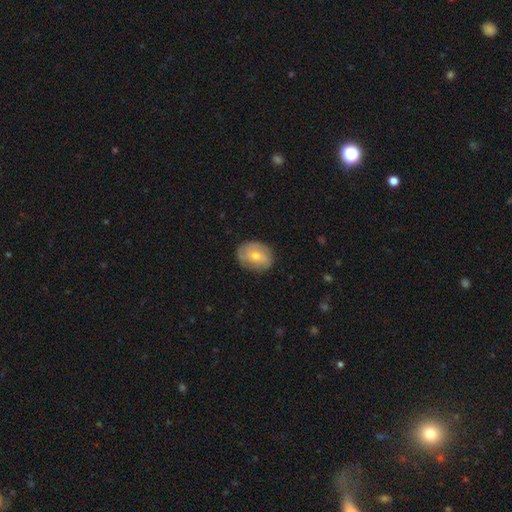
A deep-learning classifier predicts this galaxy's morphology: This is possibly a smooth galaxy (49%). Merging: likely none (79%).